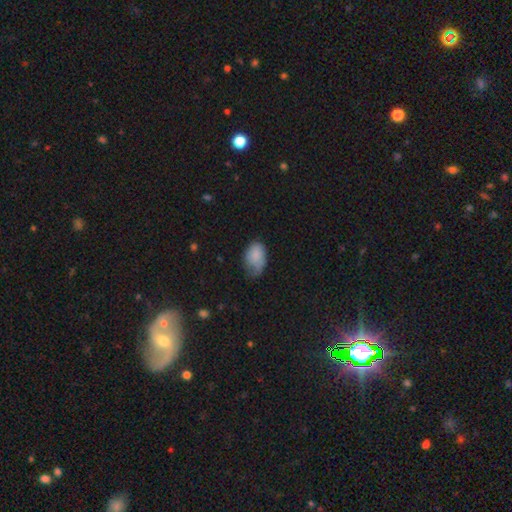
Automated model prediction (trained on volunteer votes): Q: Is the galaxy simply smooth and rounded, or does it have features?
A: smooth — 81%.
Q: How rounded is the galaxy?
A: in between — 87%.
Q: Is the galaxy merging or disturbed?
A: minor disturbance — 46%.